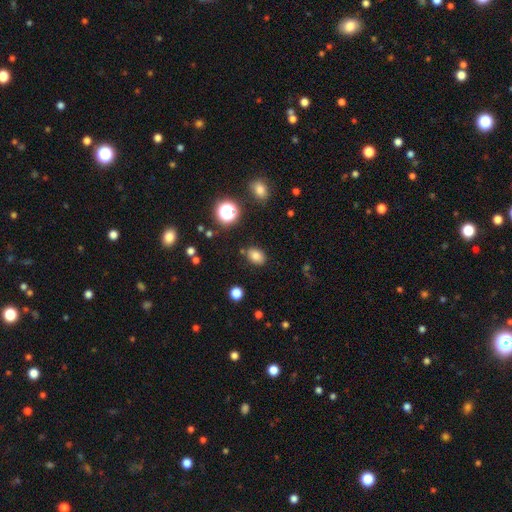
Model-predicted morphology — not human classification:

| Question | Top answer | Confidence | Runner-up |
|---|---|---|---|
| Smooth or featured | smooth | 78% | star or artifact (14%) |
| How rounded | in between | 73% | round (26%) |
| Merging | none | 83% | minor disturbance (11%) |